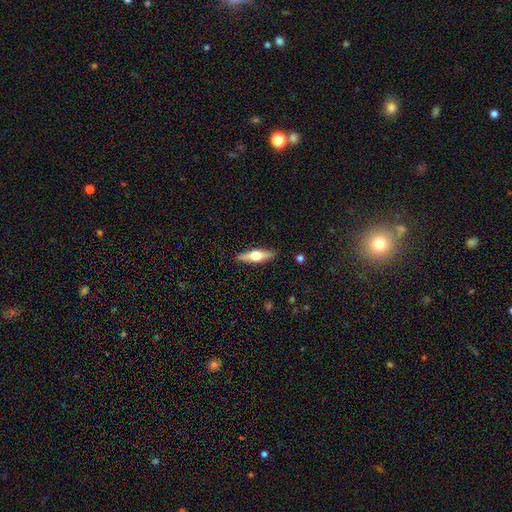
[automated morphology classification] Smooth or featured? Predicted: featured or disk (p=0.54). Edge-on disk? Predicted: yes (p=0.92). Edge-on bulge? Predicted: rounded (p=0.95). Merging? Predicted: none (p=0.90).